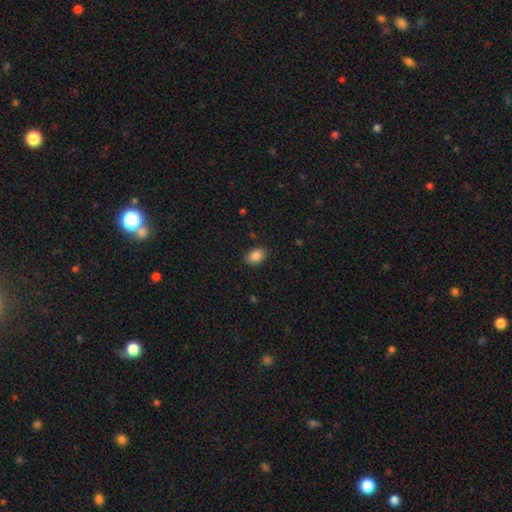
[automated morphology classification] Overall: smooth (86%). How rounded: in between (79%). Merging: none (88%).